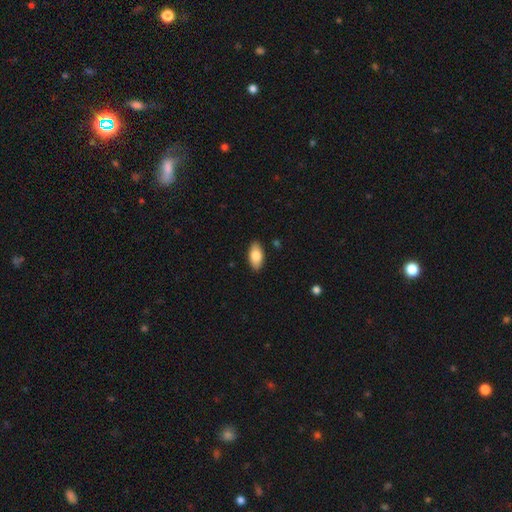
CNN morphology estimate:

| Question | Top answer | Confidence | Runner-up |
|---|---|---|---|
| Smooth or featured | smooth | 82% | featured or disk (12%) |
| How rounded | in between | 92% | cigar-shaped (5%) |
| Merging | none | 89% | minor disturbance (8%) |